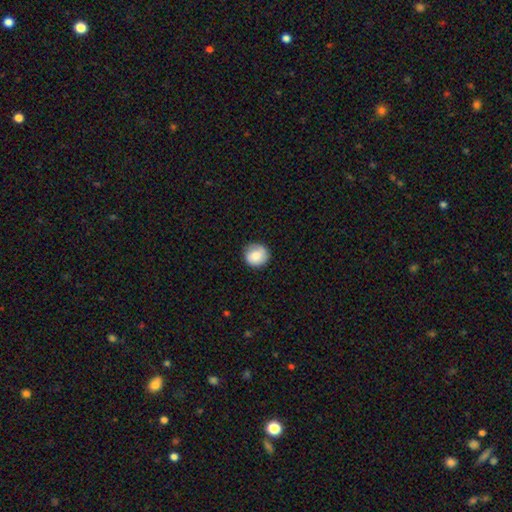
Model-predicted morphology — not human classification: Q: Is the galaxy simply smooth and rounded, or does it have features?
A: smooth — 79%.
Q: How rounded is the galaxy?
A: round — 90%.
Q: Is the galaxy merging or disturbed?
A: none — 82%.